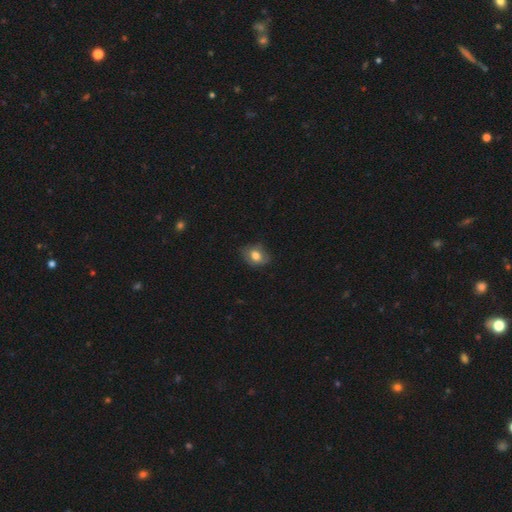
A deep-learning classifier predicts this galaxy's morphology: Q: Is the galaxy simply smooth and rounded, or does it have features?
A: smooth — 75%.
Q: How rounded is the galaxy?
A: in between — 62%.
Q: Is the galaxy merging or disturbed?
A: none — 69%.